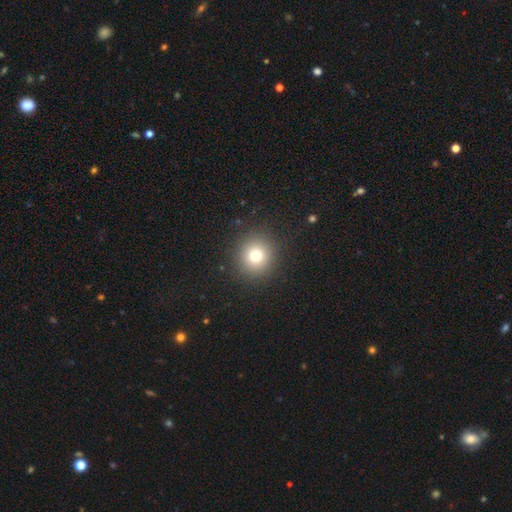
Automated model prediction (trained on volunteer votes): This is likely a smooth galaxy (76%). How rounded: clearly round (92%). Merging: clearly none (91%).